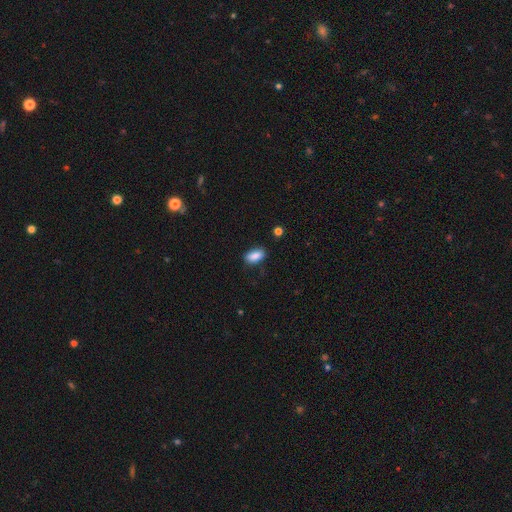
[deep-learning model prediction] Smooth or featured? smooth (88%)
How rounded? in between (90%)
Merging? none (82%)